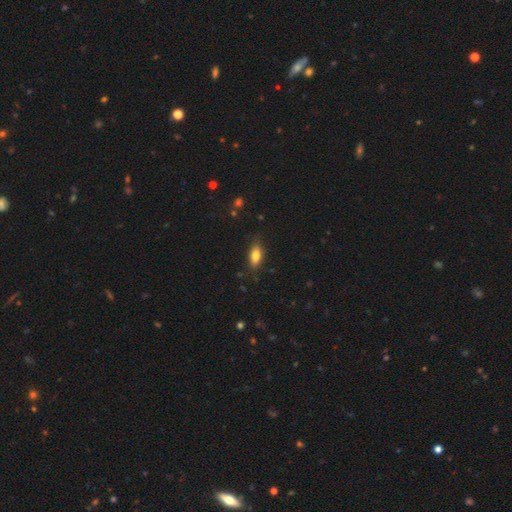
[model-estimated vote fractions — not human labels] Q: Smooth or featured?
A: smooth (80%); runner-up: featured or disk (12%)
Q: How rounded?
A: in between (81%); runner-up: cigar-shaped (16%)
Q: Merging?
A: none (83%); runner-up: minor disturbance (13%)